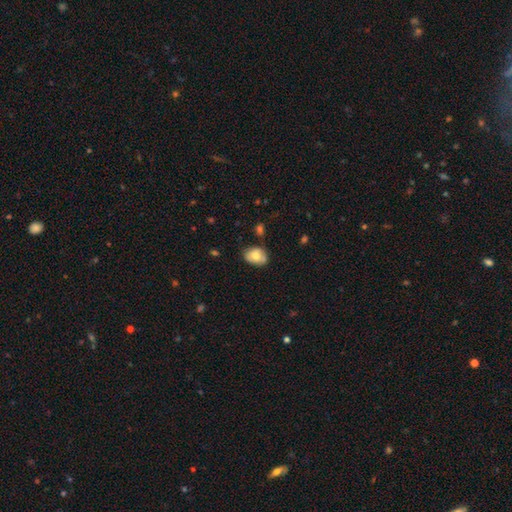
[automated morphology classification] Smooth or featured?
  - smooth: 68% *
  - featured or disk: 23%
  - star or artifact: 8%
How rounded?
  - in between: 67% *
  - round: 32%
  - cigar-shaped: 1%
Merging?
  - none: 67% *
  - minor disturbance: 23%
  - merger: 6%
  - major disturbance: 4%